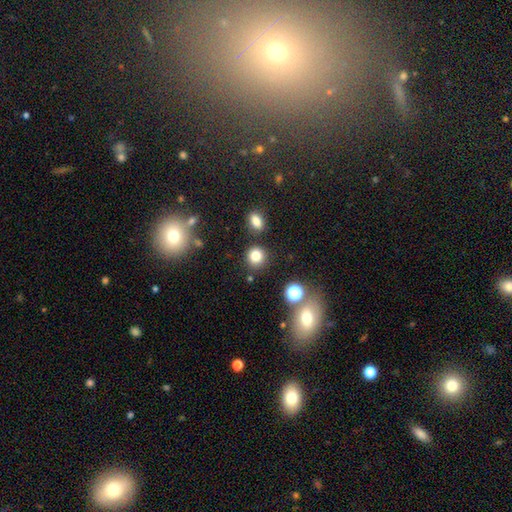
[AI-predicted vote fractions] Overall: smooth (80%). How rounded: round (87%). Merging: none (82%).